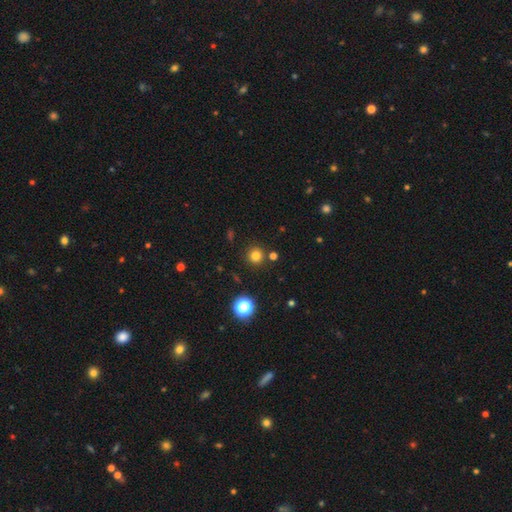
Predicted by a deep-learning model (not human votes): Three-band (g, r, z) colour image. It shows a smooth galaxy with no disk features (79%) that is round (95%). Merging: none (88%).